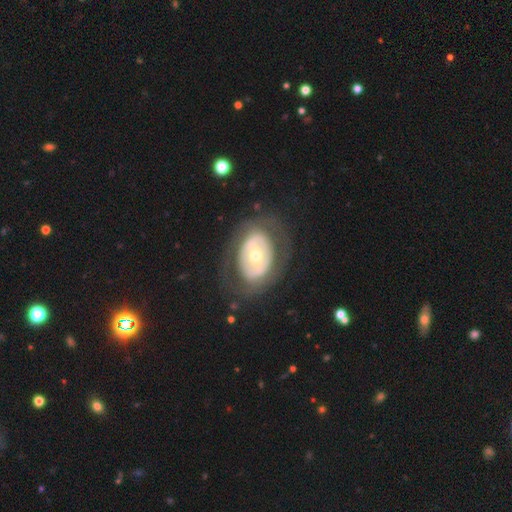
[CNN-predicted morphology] This appears to be a featured or disk galaxy (65%) with no bar (59%), no spiral arms (74%) and a moderate central bulge (60%). Merging: none (74%).